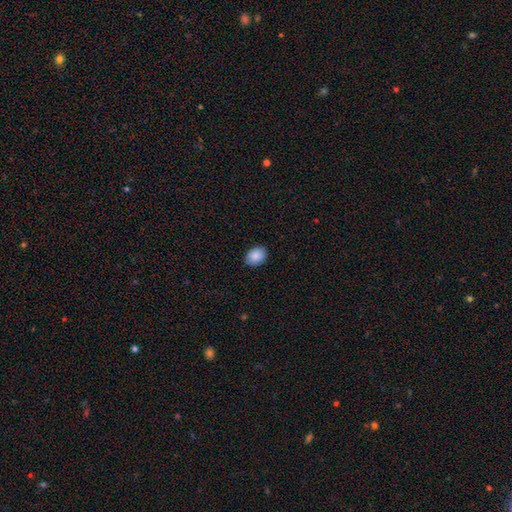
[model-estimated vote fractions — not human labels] Smooth or featured: smooth — 88% (star or artifact — 7%)
How rounded: in between — 67% (round — 32%)
Merging: none — 87% (minor disturbance — 10%)